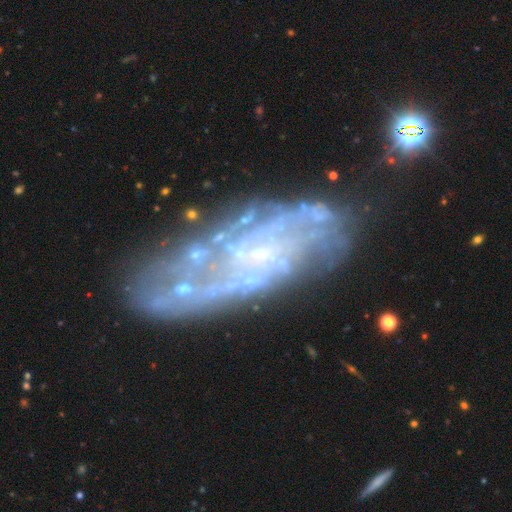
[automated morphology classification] Smooth or featured?
  - featured or disk: 81% *
  - smooth: 10%
  - star or artifact: 9%
Edge-on disk?
  - no: 92% *
  - yes: 8%
Bar?
  - no: 68% *
  - weak: 25%
  - strong: 7%
Spiral arms?
  - yes: 76% *
  - no: 24%
Spiral winding?
  - tight: 41% *
  - medium: 38%
  - loose: 21%
Spiral arm count?
  - can't tell: 46% *
  - 2: 22%
  - 3: 13%
  - 4: 8%
  - 1: 6%
  - more than 4: 6%
Bulge size?
  - small: 63% *
  - none: 28%
  - moderate: 7%
  - large: 1%
  - dominant: 1%
Merging?
  - none: 62% *
  - minor disturbance: 19%
  - major disturbance: 13%
  - merger: 6%